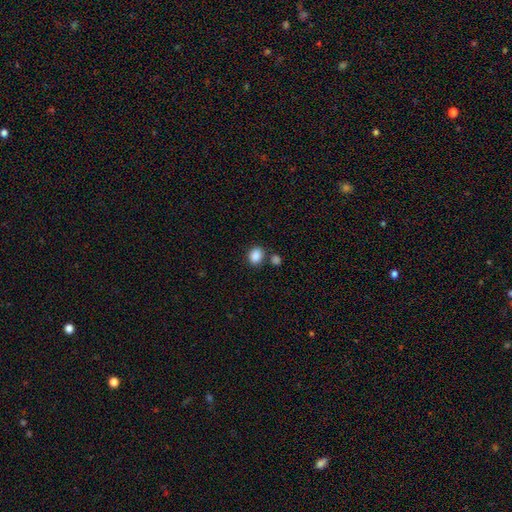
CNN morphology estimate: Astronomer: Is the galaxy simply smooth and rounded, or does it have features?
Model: smooth — 87%.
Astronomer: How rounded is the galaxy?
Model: in between — 52% (runner-up: round, 47%).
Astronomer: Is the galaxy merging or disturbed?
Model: none — 72%.